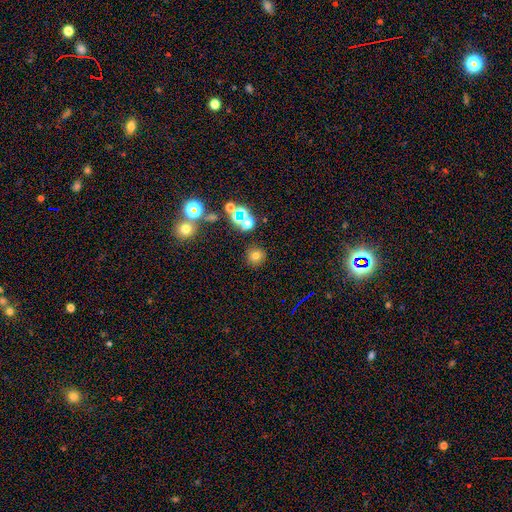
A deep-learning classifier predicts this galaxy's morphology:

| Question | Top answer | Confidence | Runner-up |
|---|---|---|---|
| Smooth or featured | smooth | 69% | star or artifact (21%) |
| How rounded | round | 92% | in between (7%) |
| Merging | none | 86% | minor disturbance (7%) |